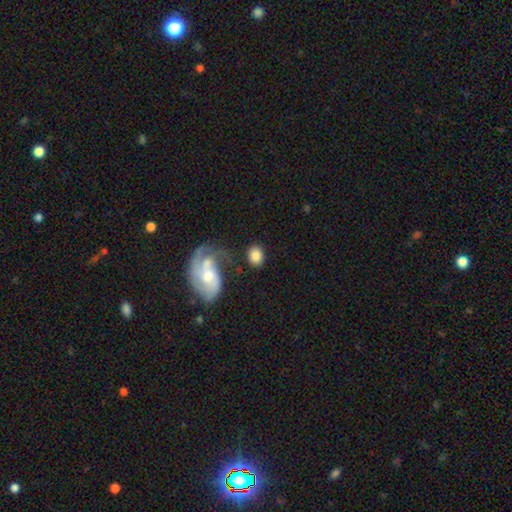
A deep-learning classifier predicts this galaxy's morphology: This appears to be a smooth galaxy with no disk features (79%) that is in between round and cigar-shaped (57%). Merging: none (64%).